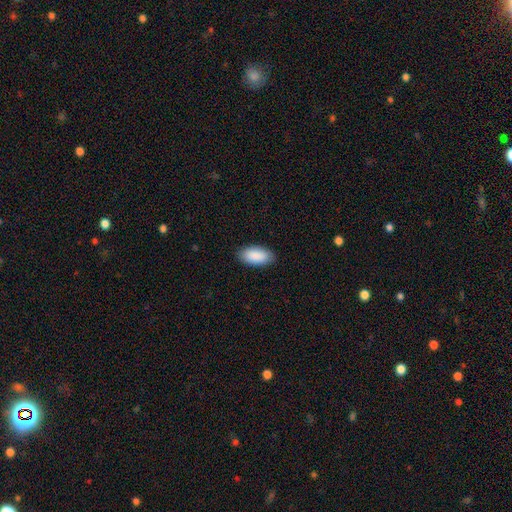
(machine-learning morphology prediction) smooth_or_featured: smooth (p=0.90) [alt: star or artifact p=0.05]
how_rounded: in between (p=0.94) [alt: cigar-shaped p=0.04]
merging: none (p=0.87) [alt: minor disturbance p=0.10]